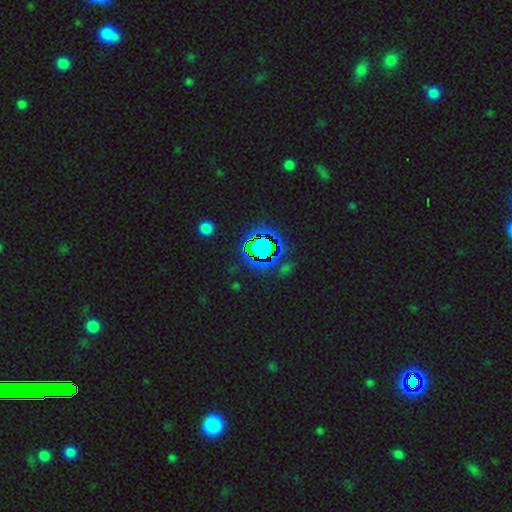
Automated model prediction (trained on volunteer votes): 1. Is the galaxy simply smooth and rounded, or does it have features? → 72% star or artifact, 15% smooth, 13% featured or disk.